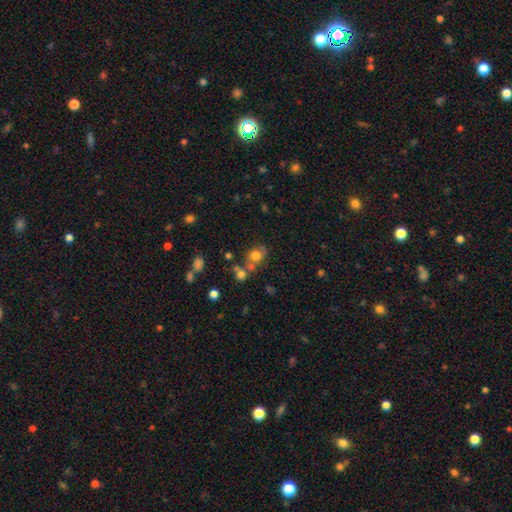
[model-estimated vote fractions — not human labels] smooth_or_featured: smooth (p=0.72) [alt: featured or disk p=0.14]
how_rounded: round (p=0.61) [alt: in between p=0.38]
merging: none (p=0.51) [alt: merger p=0.27]